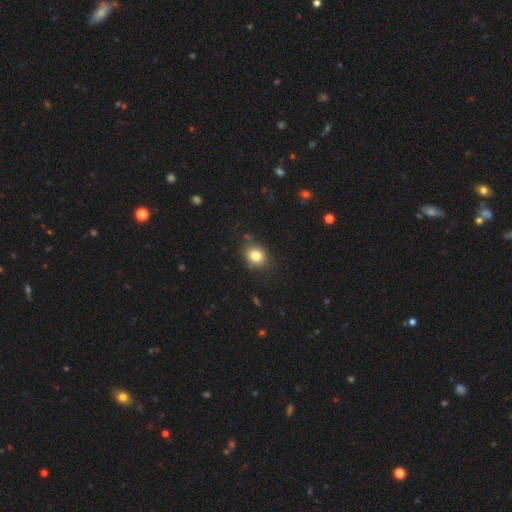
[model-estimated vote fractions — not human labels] Morphology: type=smooth (81%); roundness=round (66%); merging=none (83%).